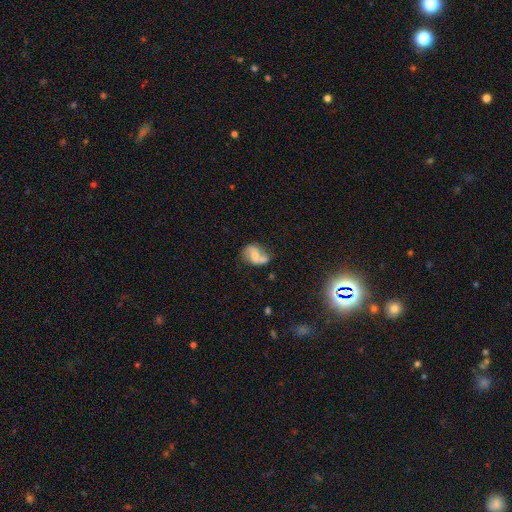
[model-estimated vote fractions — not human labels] The model was most divided on "smooth or featured": featured or disk: 49%, smooth: 41%, star or artifact: 9%. Remaining: merging — none (40%).